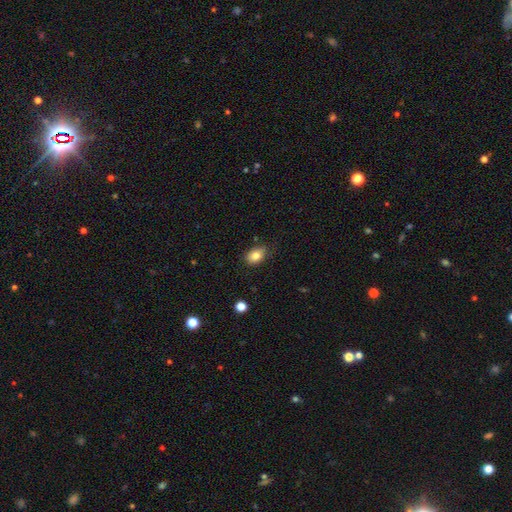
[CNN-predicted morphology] A smooth galaxy with no disk features (82%) that is in between round and cigar-shaped (80%).

Vote fractions:
- Smooth or featured? smooth: 82% / star or artifact: 9% / featured or disk: 9%
- How rounded? in between: 80% / round: 18% / cigar-shaped: 1%
- Merging? none: 76% / minor disturbance: 19% / major disturbance: 3% / merger: 2%